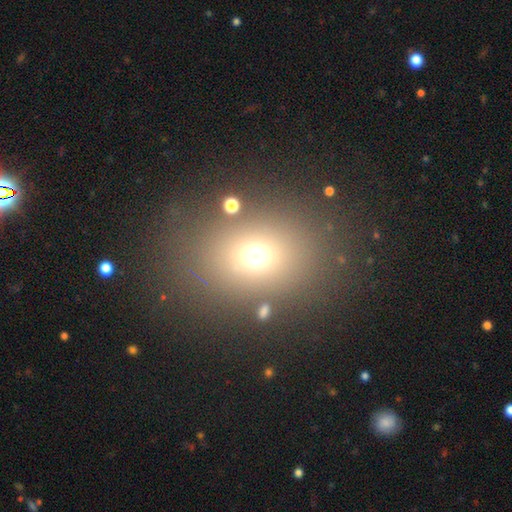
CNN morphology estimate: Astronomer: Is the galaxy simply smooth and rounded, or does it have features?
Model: smooth — 67%.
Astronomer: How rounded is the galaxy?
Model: round — 50% (runner-up: in between, 49%).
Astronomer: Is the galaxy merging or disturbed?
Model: none — 81%.